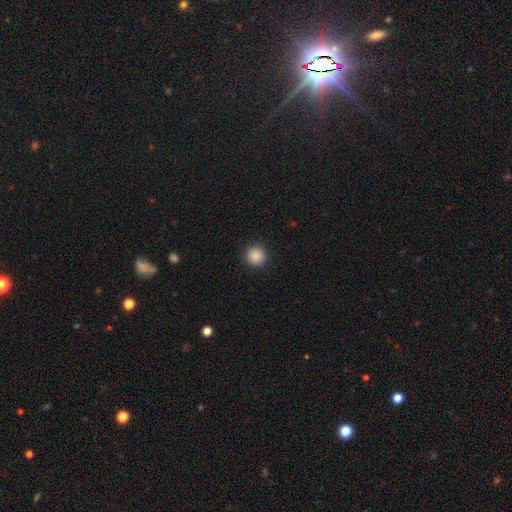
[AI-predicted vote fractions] Morphology: type=smooth (87%); roundness=round (94%); merging=none (91%).